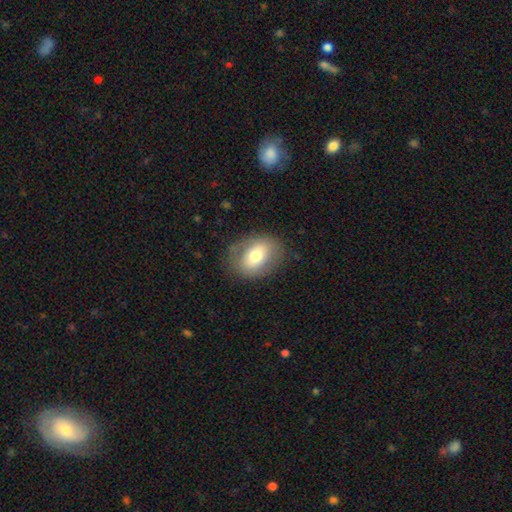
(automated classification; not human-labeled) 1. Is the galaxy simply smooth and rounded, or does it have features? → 66% smooth, 26% featured or disk, 8% star or artifact.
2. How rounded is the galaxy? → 71% in between, 27% round, 1% cigar-shaped.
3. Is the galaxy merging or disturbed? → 78% none, 15% minor disturbance, 6% major disturbance, 1% merger.